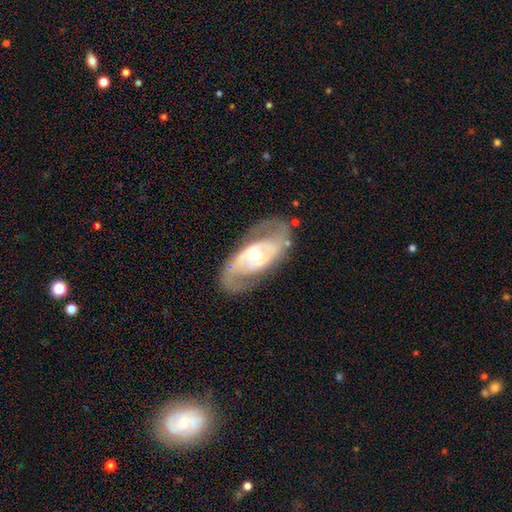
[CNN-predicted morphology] featured or disk 83%, smooth 12%, star or artifact 5%. Down the decision tree: edge-on disk — no (94%); bar — no (56%); spiral arms — yes (84%); spiral arm count — 2 (86%); spiral winding — medium (47%); bulge size — moderate (58%); merging — none (75%).